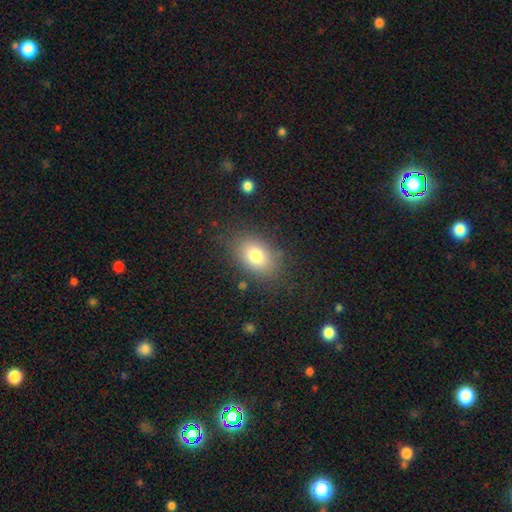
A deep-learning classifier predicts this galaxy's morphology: This appears to be a smooth galaxy with no disk features (78%) that is in between round and cigar-shaped (81%). Merging: none (80%).